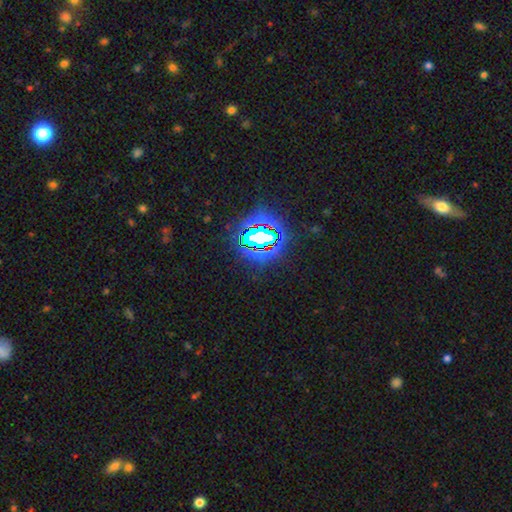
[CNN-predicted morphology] Smooth or featured: star or artifact — 81% (smooth — 11%)